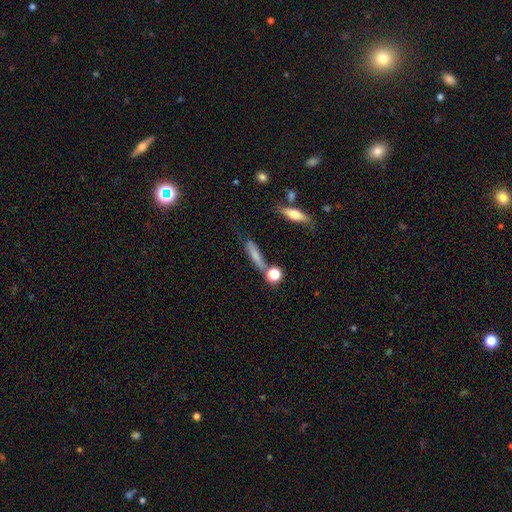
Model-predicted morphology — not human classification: A smooth galaxy with no disk features (60%) that is cigar-shaped (72%). Merging: none (58%).